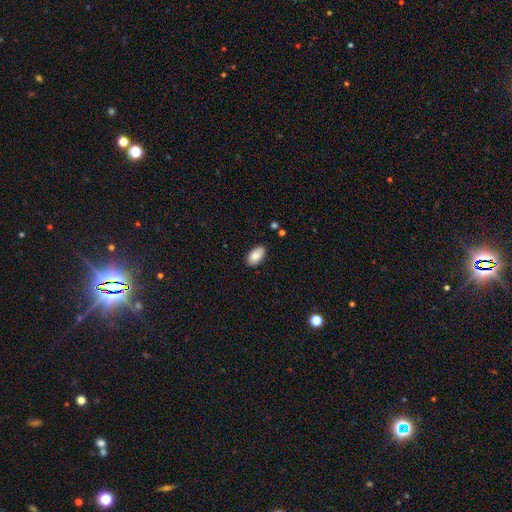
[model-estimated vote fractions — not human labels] Q: Smooth or featured?
A: smooth (86%); runner-up: featured or disk (8%)
Q: How rounded?
A: in between (95%); runner-up: round (3%)
Q: Merging?
A: none (85%); runner-up: minor disturbance (12%)